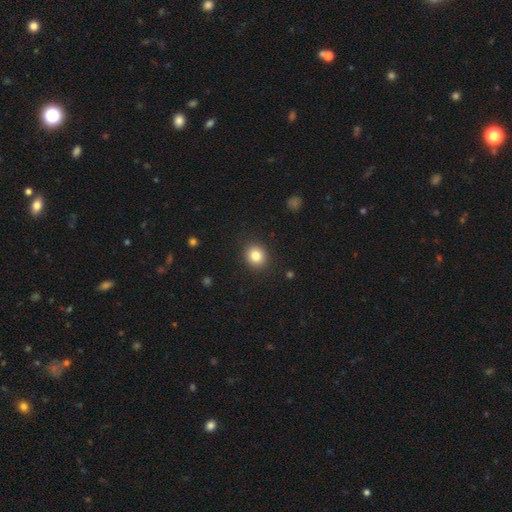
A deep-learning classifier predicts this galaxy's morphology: Smooth or featured?
  - smooth: 82% *
  - star or artifact: 11%
  - featured or disk: 7%
How rounded?
  - round: 82% *
  - in between: 17%
  - cigar-shaped: 1%
Merging?
  - none: 90% *
  - minor disturbance: 6%
  - major disturbance: 2%
  - merger: 1%